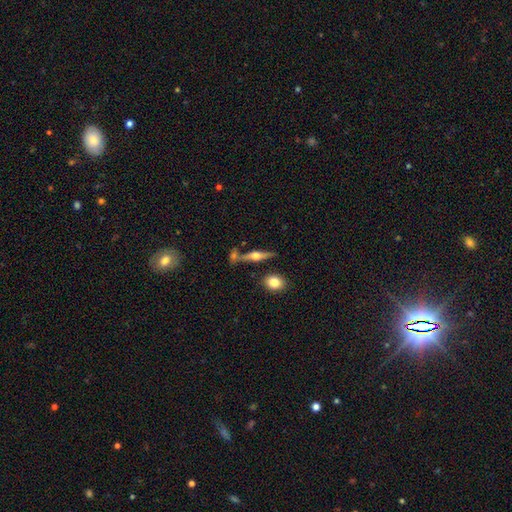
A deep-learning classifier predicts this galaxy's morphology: The model was most divided on "smooth or featured": featured or disk: 70%, smooth: 23%, star or artifact: 7%. More confident: edge-on disk — yes (95%); edge-on bulge — rounded (93%); merging — none (73%).